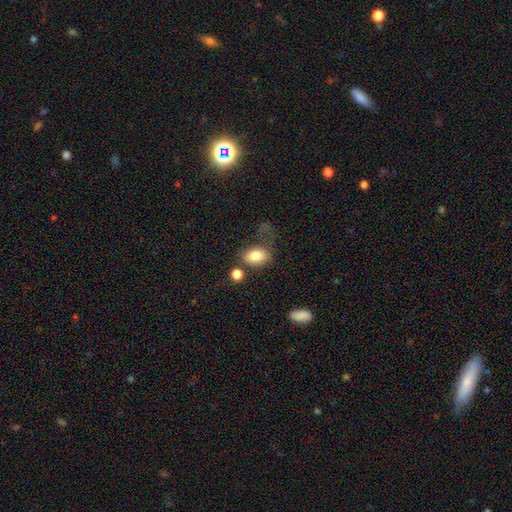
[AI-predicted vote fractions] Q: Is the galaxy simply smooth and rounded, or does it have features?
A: smooth — 81%.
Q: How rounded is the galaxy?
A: in between — 79%.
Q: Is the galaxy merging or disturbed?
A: none — 42%.